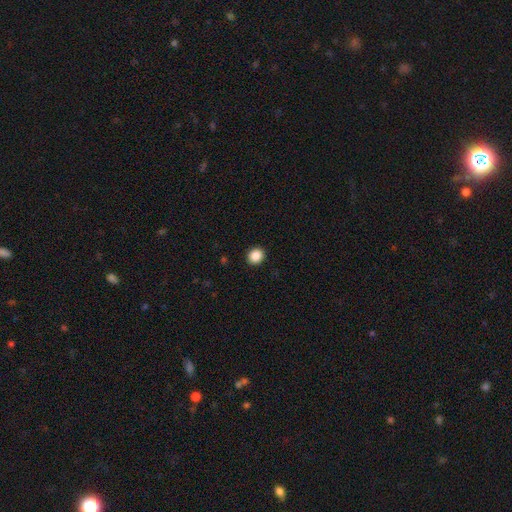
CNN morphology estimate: This is clearly a smooth galaxy (88%). How rounded: likely round (79%). Merging: clearly none (93%).